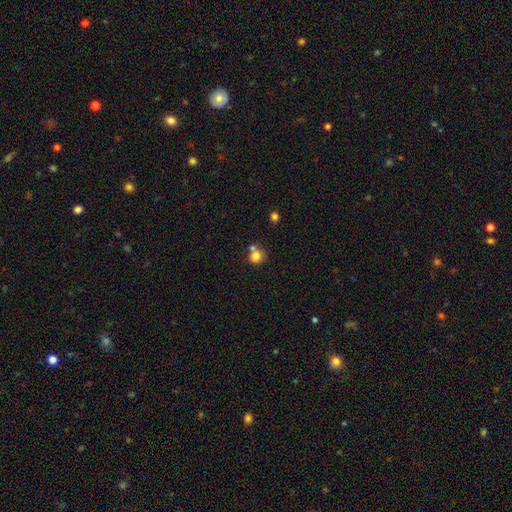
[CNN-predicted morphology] type=smooth (81%); roundness=round (85%); merging=none (53%).